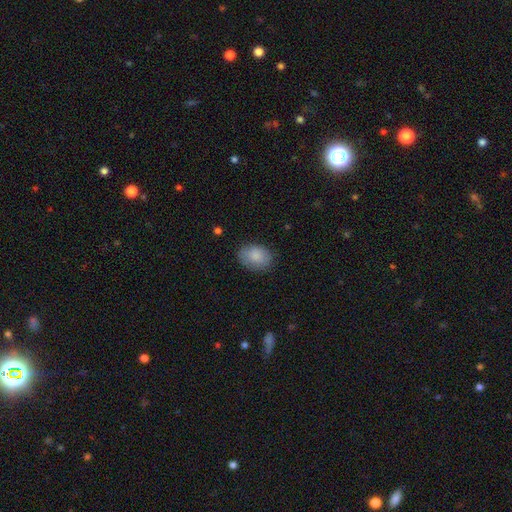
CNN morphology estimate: Smooth or featured? smooth (86%)
How rounded? in between (77%)
Merging? none (80%)